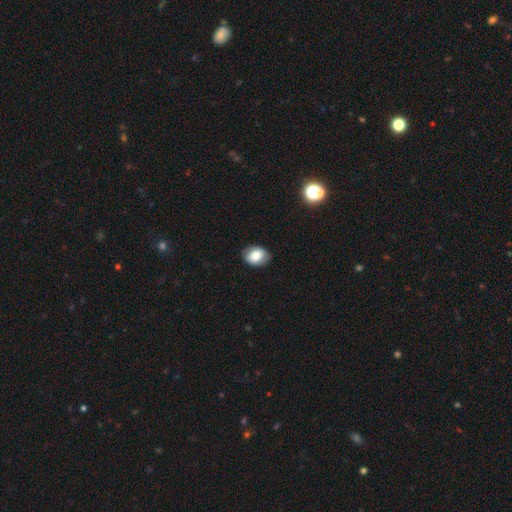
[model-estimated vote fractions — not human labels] Smooth or featured? Predicted: smooth (p=0.77). How rounded? Predicted: in between (p=0.72). Merging? Predicted: none (p=0.85).